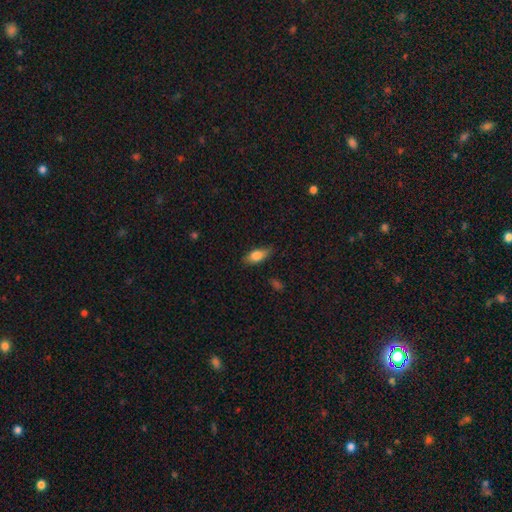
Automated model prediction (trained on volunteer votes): Q: Smooth or featured?
A: smooth (76%); runner-up: featured or disk (17%)
Q: How rounded?
A: in between (80%); runner-up: cigar-shaped (16%)
Q: Merging?
A: none (75%); runner-up: minor disturbance (20%)